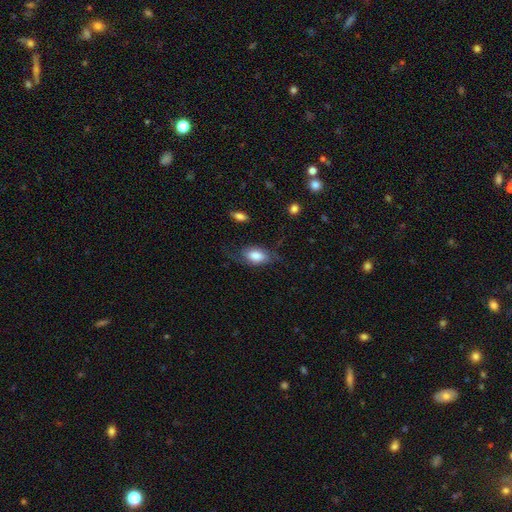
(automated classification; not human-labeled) smooth 65%, featured or disk 27%, star or artifact 7%. Down the decision tree: how rounded — in between (89%); merging — none (53%).